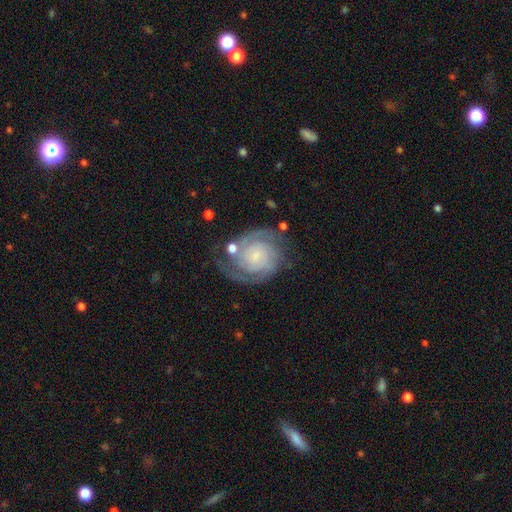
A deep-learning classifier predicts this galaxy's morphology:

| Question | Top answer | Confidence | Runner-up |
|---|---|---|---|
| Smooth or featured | featured or disk | 87% | smooth (8%) |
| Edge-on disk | no | 98% | yes (2%) |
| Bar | no | 68% | weak (26%) |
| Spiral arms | yes | 98% | no (2%) |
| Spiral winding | tight | 70% | medium (25%) |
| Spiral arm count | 2 | 67% | 3 (12%) |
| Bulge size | small | 60% | none (17%) |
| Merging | none | 68% | minor disturbance (18%) |